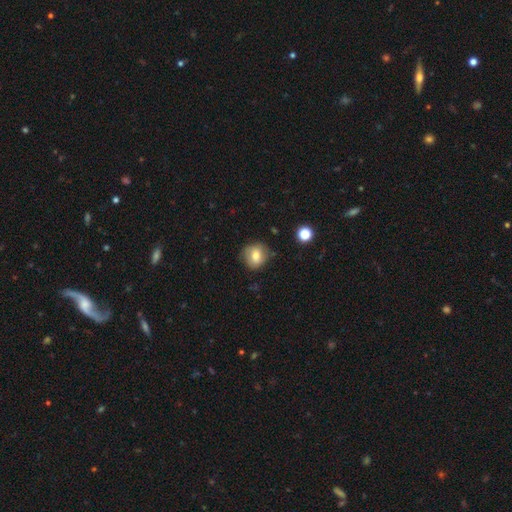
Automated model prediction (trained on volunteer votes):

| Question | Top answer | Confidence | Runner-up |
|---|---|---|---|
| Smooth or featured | smooth | 75% | featured or disk (15%) |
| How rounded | round | 82% | in between (17%) |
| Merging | none | 79% | minor disturbance (15%) |